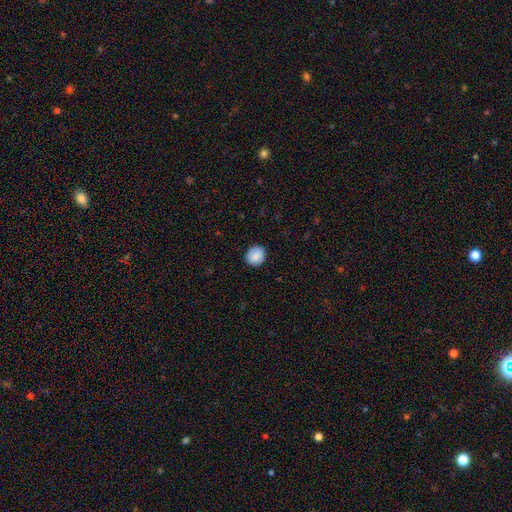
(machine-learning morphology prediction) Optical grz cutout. It shows a smooth galaxy with no disk features (87%) that is round (85%). Merging: none (89%).